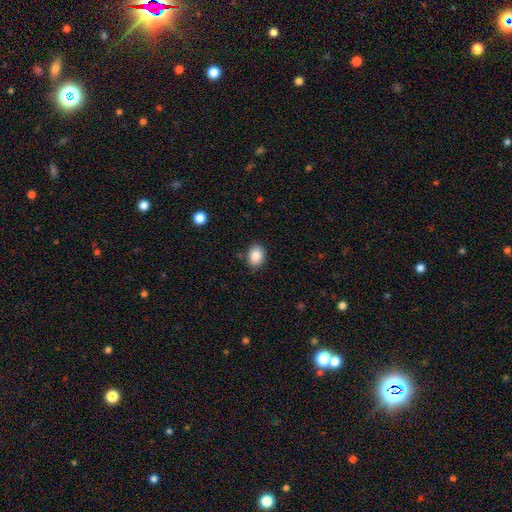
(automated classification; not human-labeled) Smooth or featured?
  - smooth: 86% *
  - star or artifact: 9%
  - featured or disk: 5%
How rounded?
  - in between: 60% *
  - round: 39%
  - cigar-shaped: 1%
Merging?
  - none: 84% *
  - minor disturbance: 11%
  - major disturbance: 3%
  - merger: 2%